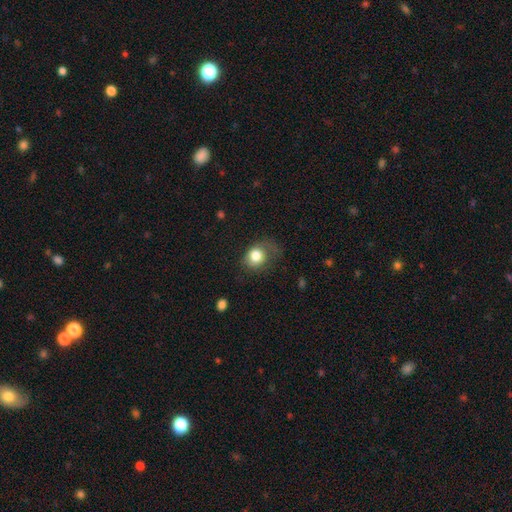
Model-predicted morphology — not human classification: Smooth or featured? Predicted: smooth (p=0.79). How rounded? Predicted: round (p=0.62). Merging? Predicted: none (p=0.47).